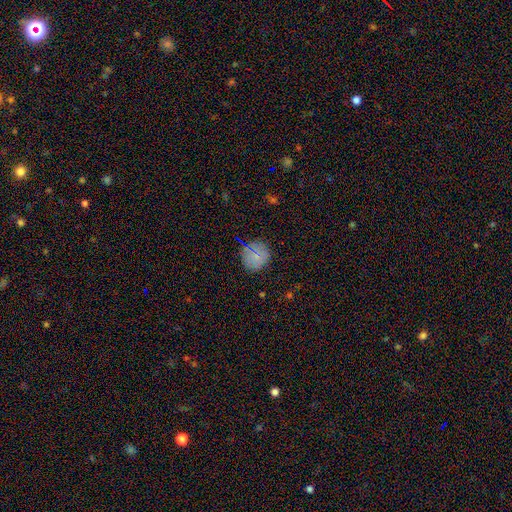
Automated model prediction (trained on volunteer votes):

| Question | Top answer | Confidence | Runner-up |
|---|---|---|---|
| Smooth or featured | smooth | 72% | star or artifact (19%) |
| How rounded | round | 89% | in between (10%) |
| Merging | none | 83% | minor disturbance (12%) |